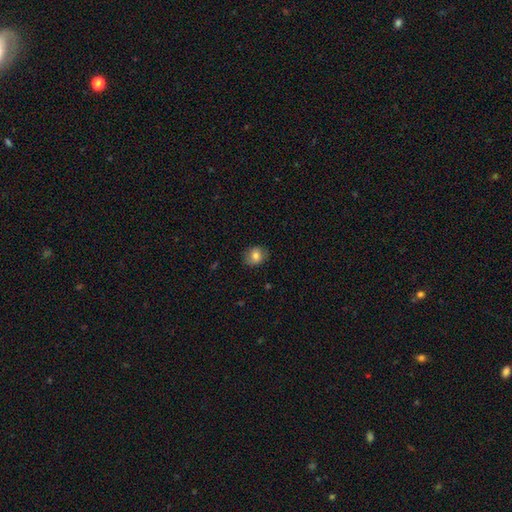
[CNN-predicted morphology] smooth 79%, featured or disk 12%, star or artifact 9%. Down the decision tree: how rounded — round (62%); merging — none (81%).